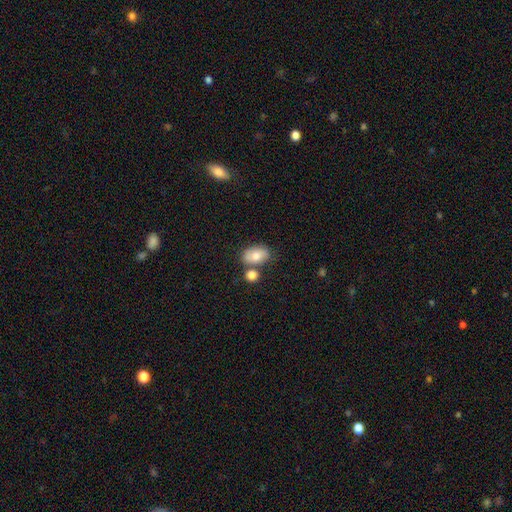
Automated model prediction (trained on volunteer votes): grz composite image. It shows a smooth galaxy with no disk features (78%) that is in between round and cigar-shaped (85%). Merging: none (59%).